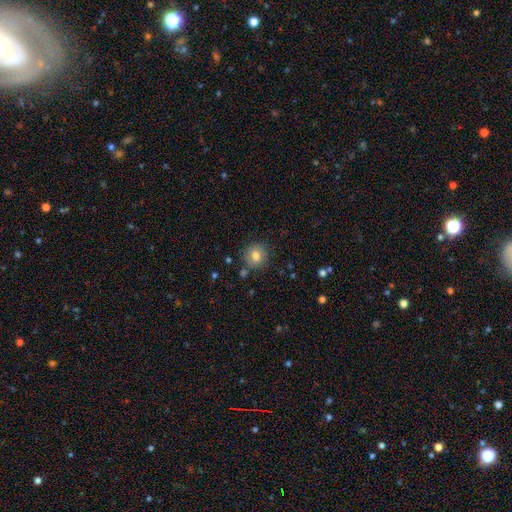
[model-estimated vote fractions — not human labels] Morphology: type=smooth (78%); roundness=round (87%); merging=none (83%).